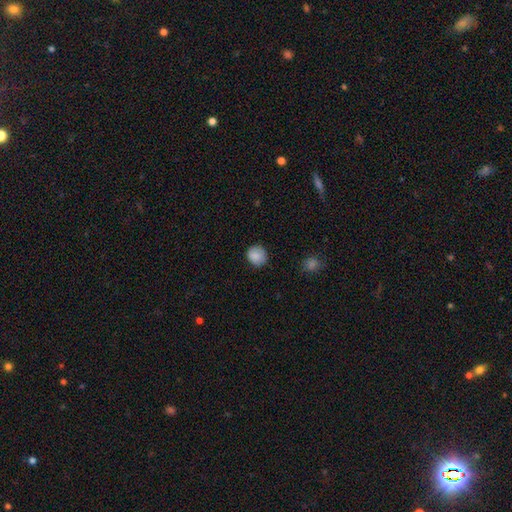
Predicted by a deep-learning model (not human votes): Smooth or featured? smooth (87%)
How rounded? round (84%)
Merging? none (78%)